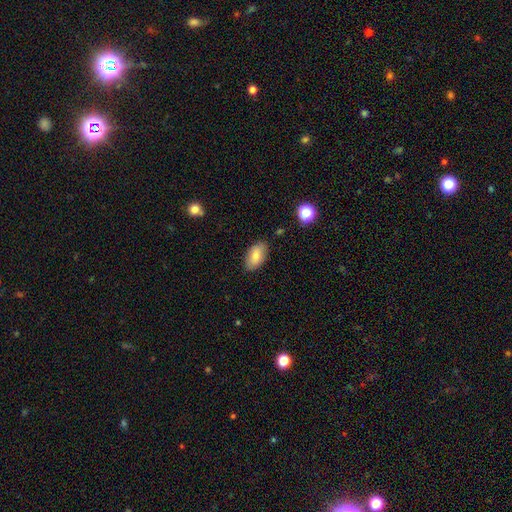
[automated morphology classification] type=smooth (77%); roundness=in between (93%); merging=none (84%).